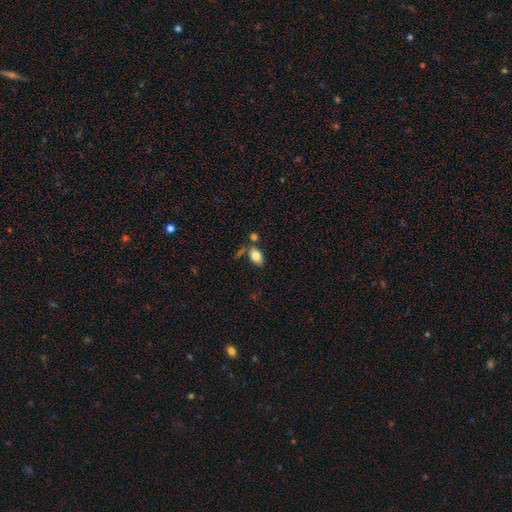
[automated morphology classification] Smooth or featured?
  - smooth: 81% *
  - featured or disk: 11%
  - star or artifact: 8%
How rounded?
  - in between: 90% *
  - round: 7%
  - cigar-shaped: 2%
Merging?
  - none: 65% *
  - minor disturbance: 15%
  - merger: 15%
  - major disturbance: 5%